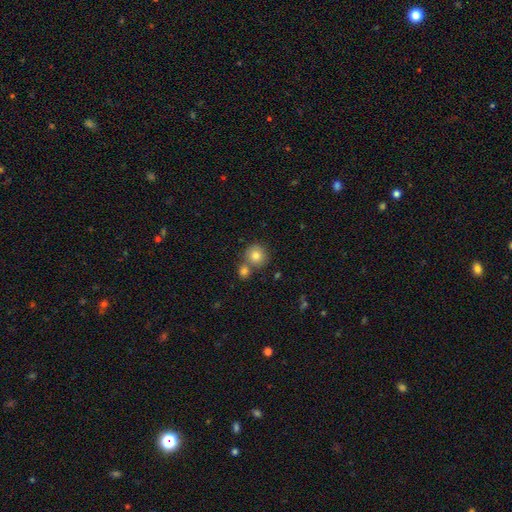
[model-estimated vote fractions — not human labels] The model was most divided on "merging": none: 59%, merger: 31%, minor disturbance: 8%, major disturbance: 2%. More confident: how rounded — round (90%); smooth or featured — smooth (80%).